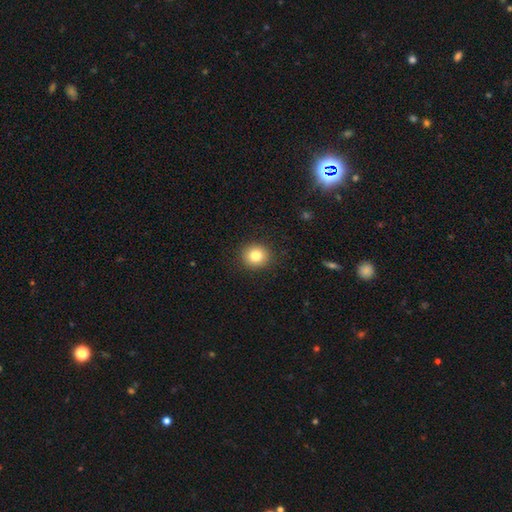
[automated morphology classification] Smooth or featured: smooth — 82% (star or artifact — 10%)
How rounded: round — 85% (in between — 14%)
Merging: none — 90% (minor disturbance — 6%)